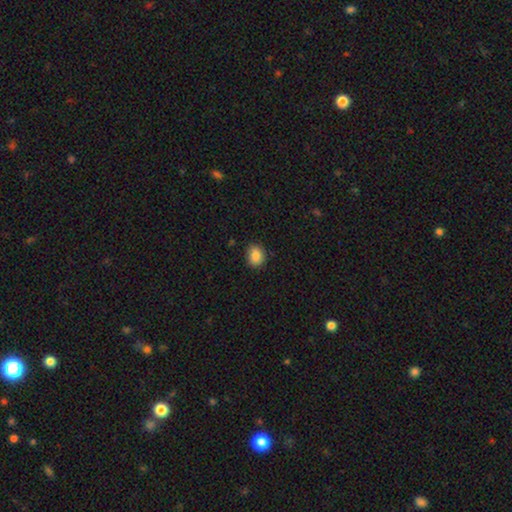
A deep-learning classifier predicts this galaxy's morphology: Smooth or featured?
  - smooth: 86% *
  - star or artifact: 9%
  - featured or disk: 5%
How rounded?
  - round: 58% *
  - in between: 41%
  - cigar-shaped: 1%
Merging?
  - none: 83% *
  - minor disturbance: 14%
  - major disturbance: 2%
  - merger: 1%